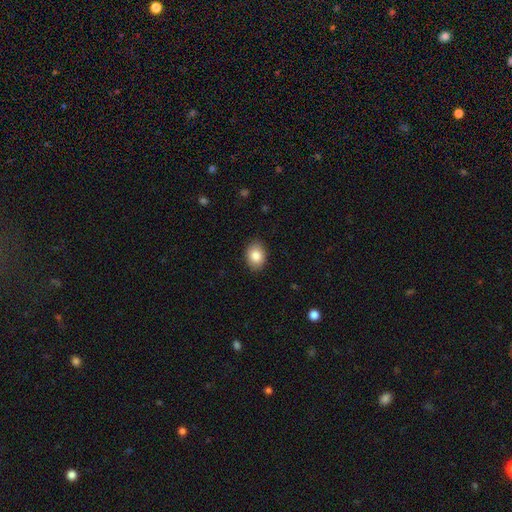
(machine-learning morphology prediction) Smooth or featured? smooth (85%)
How rounded? in between (70%)
Merging? none (87%)